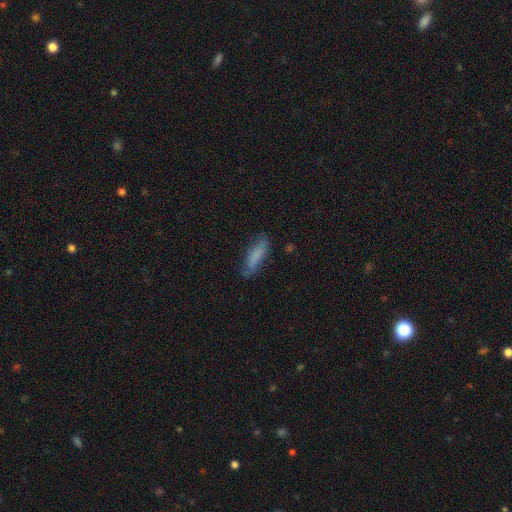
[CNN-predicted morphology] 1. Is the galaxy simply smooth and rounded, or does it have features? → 79% smooth, 14% featured or disk, 8% star or artifact.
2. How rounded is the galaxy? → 60% cigar-shaped, 38% in between, 2% round.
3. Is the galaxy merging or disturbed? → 66% none, 25% minor disturbance, 7% major disturbance, 3% merger.